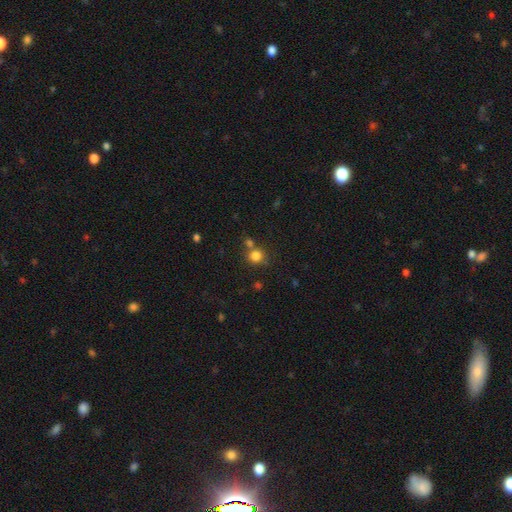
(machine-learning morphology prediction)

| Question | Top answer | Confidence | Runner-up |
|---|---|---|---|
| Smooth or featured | smooth | 81% | star or artifact (13%) |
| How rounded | round | 90% | in between (9%) |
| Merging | none | 65% | merger (22%) |